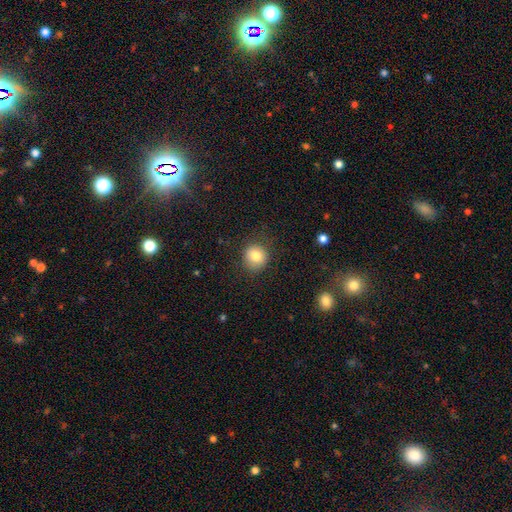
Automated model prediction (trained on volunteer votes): smooth-or-featured: smooth: 80% | star or artifact: 11% | featured or disk: 10%
  how-rounded: round: 87% | in between: 12% | cigar-shaped: 1%
  merging: none: 83% | minor disturbance: 12% | major disturbance: 4% | merger: 1%